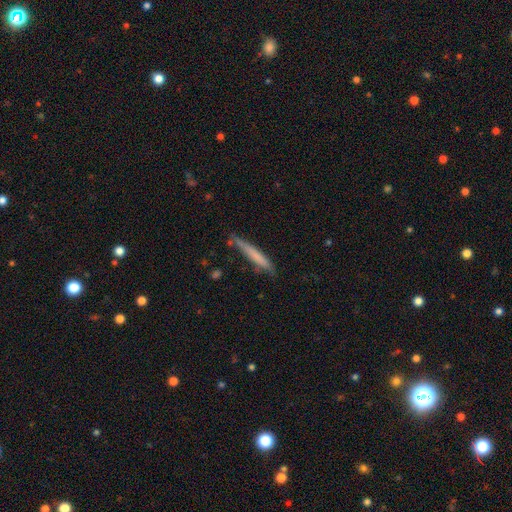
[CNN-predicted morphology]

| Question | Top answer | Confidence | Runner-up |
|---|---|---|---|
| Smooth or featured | smooth | 67% | featured or disk (27%) |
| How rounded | cigar-shaped | 95% | in between (3%) |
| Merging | none | 75% | minor disturbance (19%) |